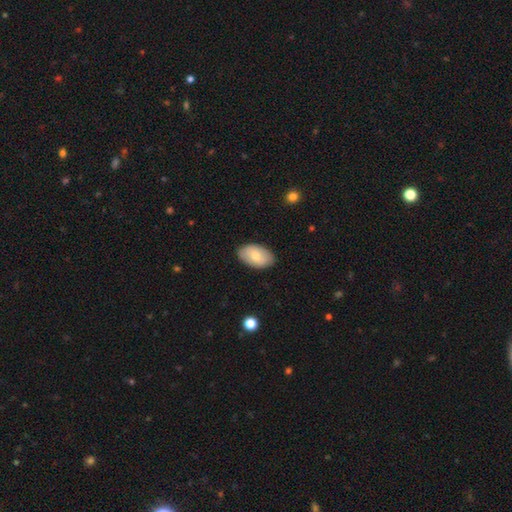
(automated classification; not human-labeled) Overall: smooth (74%). How rounded: in between (93%). Merging: none (85%).